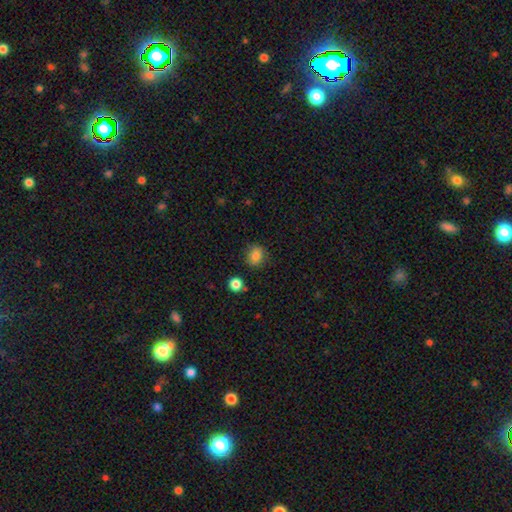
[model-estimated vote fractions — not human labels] smooth-or-featured: smooth: 82% | star or artifact: 11% | featured or disk: 7%
  how-rounded: round: 75% | in between: 24% | cigar-shaped: 1%
  merging: none: 85% | minor disturbance: 10% | major disturbance: 3% | merger: 2%